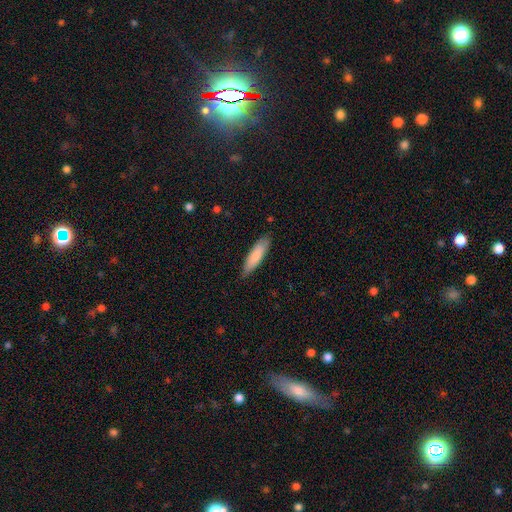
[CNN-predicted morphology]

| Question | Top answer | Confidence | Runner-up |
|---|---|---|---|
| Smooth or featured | smooth | 82% | featured or disk (13%) |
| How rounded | cigar-shaped | 66% | in between (33%) |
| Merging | none | 80% | minor disturbance (16%) |